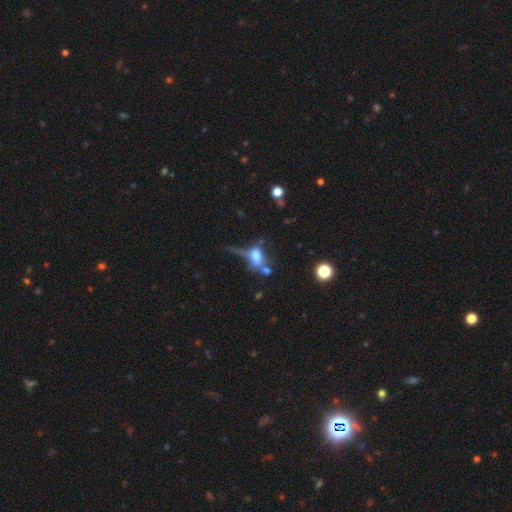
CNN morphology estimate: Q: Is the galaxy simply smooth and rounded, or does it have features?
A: smooth — 55%.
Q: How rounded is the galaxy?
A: in between — 74%.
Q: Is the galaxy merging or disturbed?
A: major disturbance — 31%.